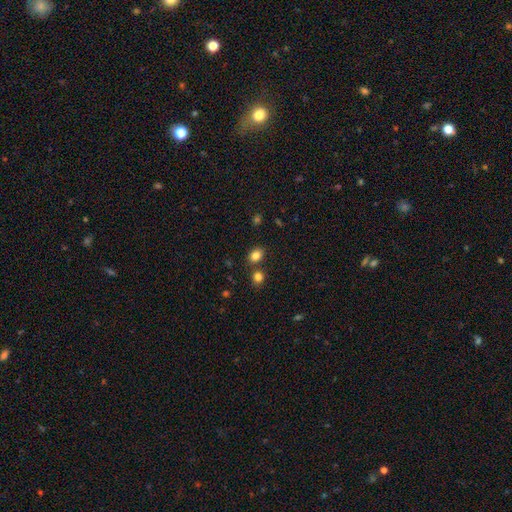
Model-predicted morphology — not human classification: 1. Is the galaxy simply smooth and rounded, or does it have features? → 83% smooth, 12% star or artifact, 6% featured or disk.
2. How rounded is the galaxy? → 62% in between, 37% round, 1% cigar-shaped.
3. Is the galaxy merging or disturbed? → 73% none, 14% merger, 10% minor disturbance, 3% major disturbance.